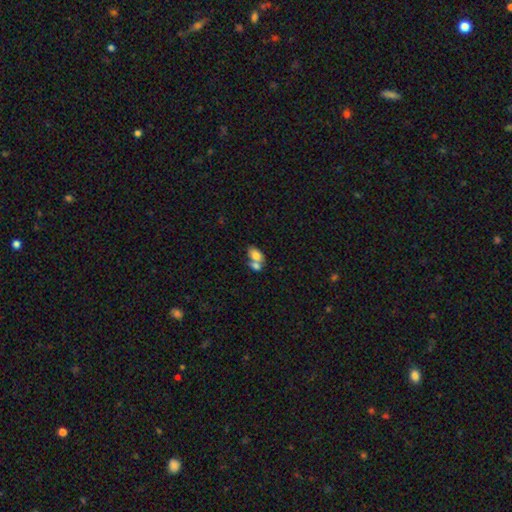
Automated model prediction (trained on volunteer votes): smooth_or_featured: smooth (p=0.78) [alt: featured or disk p=0.14]
how_rounded: in between (p=0.88) [alt: round p=0.10]
merging: merger (p=0.61) [alt: none p=0.26]